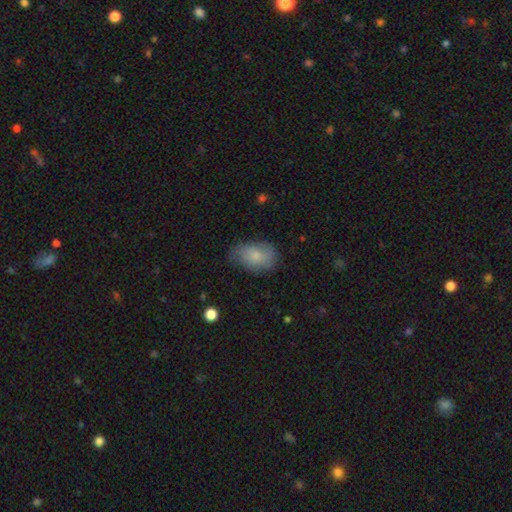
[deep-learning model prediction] smooth_or_featured: smooth (p=0.75) [alt: featured or disk p=0.18]
how_rounded: in between (p=0.87) [alt: round p=0.11]
merging: none (p=0.62) [alt: minor disturbance p=0.28]